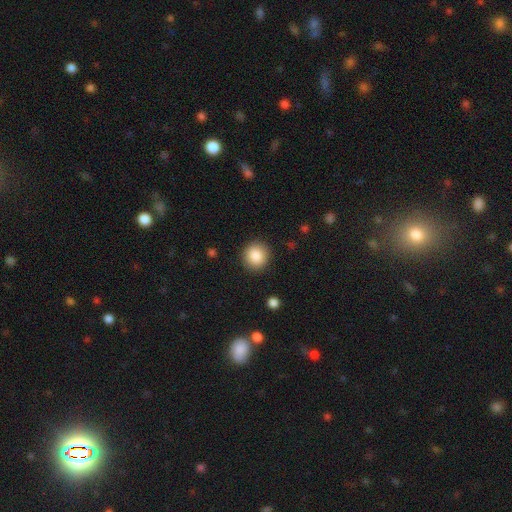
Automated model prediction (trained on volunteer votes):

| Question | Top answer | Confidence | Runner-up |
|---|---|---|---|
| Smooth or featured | smooth | 87% | star or artifact (8%) |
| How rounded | round | 89% | in between (10%) |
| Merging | none | 90% | minor disturbance (7%) |